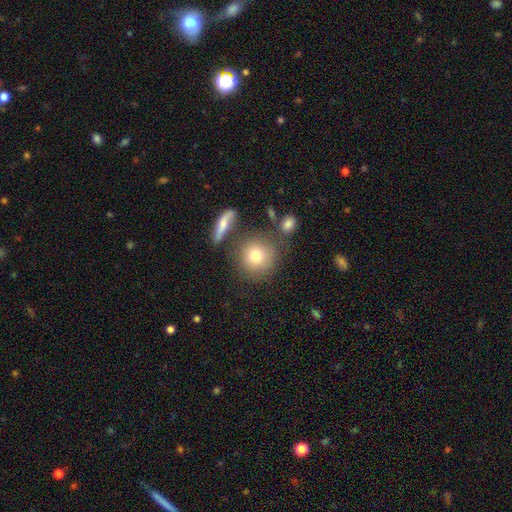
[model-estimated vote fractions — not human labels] Smooth or featured: smooth — 75% (featured or disk — 14%)
How rounded: round — 90% (in between — 9%)
Merging: none — 73% (merger — 11%)